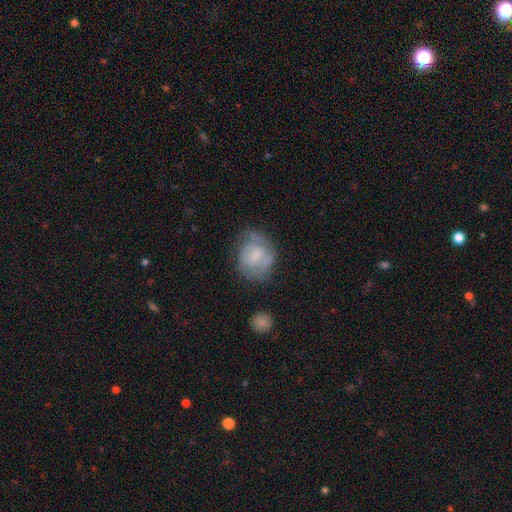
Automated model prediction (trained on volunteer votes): Q: Smooth or featured?
A: smooth (49%); runner-up: featured or disk (43%)
Q: Merging?
A: none (50%); runner-up: minor disturbance (29%)